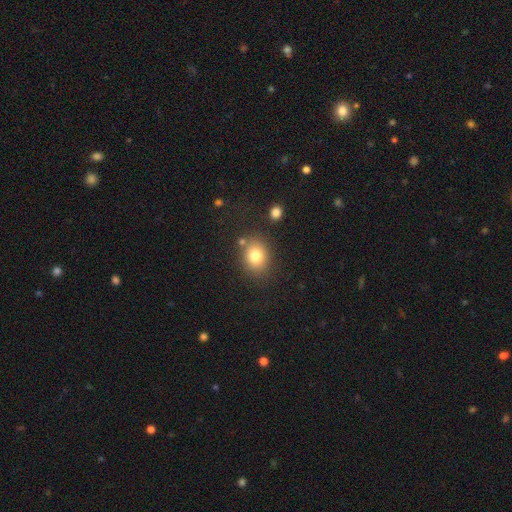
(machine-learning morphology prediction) A smooth galaxy with no disk features (78%) that is round (59%).

Vote fractions:
- Smooth or featured? smooth: 78% / star or artifact: 12% / featured or disk: 10%
- How rounded? round: 59% / in between: 40% / cigar-shaped: 1%
- Merging? none: 77% / minor disturbance: 11% / merger: 8% / major disturbance: 4%